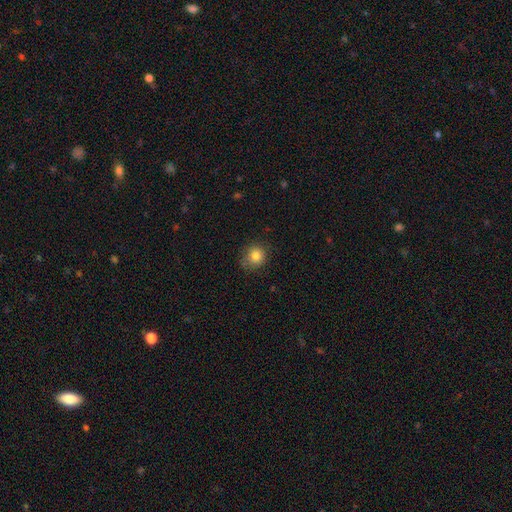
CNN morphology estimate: type=smooth (82%); roundness=round (83%); merging=none (76%).